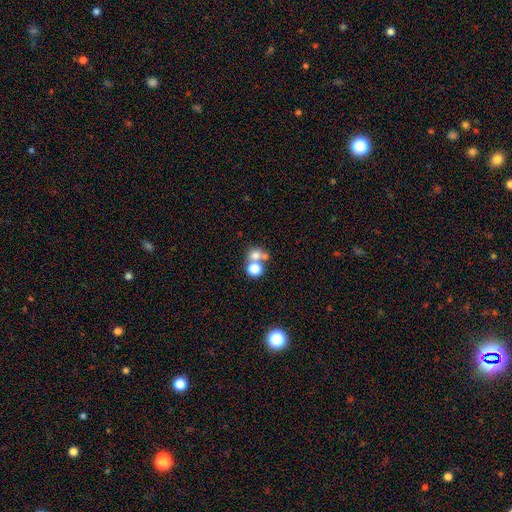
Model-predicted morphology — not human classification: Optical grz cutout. It shows a smooth galaxy with no disk features (70%) that is round (82%). Merging: merger (47%).